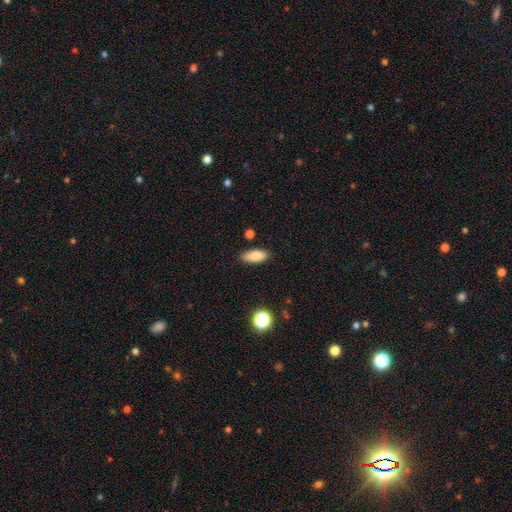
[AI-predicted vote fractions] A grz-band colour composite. It shows a smooth galaxy with no disk features (83%) that is in between round and cigar-shaped (80%). Merging: none (83%).